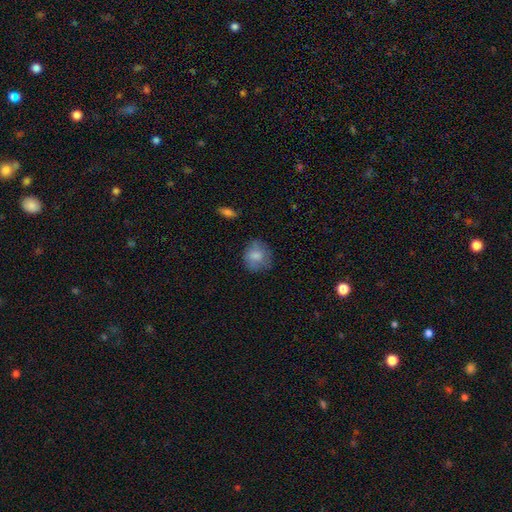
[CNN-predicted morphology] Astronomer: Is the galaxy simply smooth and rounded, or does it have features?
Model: smooth — 80%.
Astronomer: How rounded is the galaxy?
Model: round — 78%.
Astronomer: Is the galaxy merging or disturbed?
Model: none — 72%.